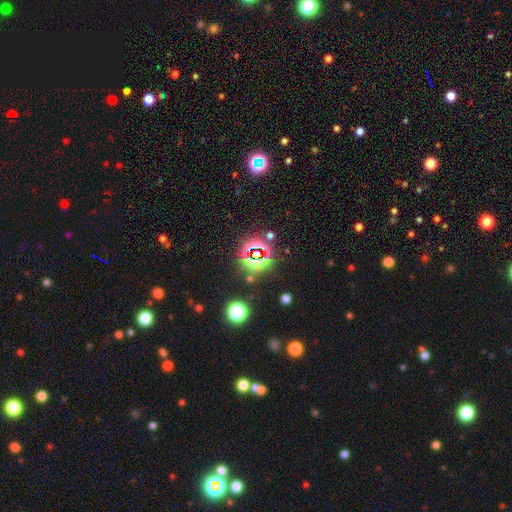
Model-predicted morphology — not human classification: A star or artifact, not a galaxy (73%).

Vote fractions:
- Smooth or featured? star or artifact: 73% / smooth: 17% / featured or disk: 9%